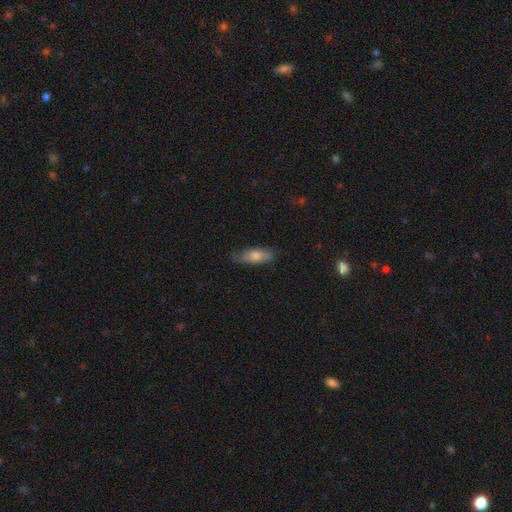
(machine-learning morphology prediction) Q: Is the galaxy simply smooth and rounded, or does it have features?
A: smooth — 73%.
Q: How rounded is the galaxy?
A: in between — 69%.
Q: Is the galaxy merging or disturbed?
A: none — 72%.